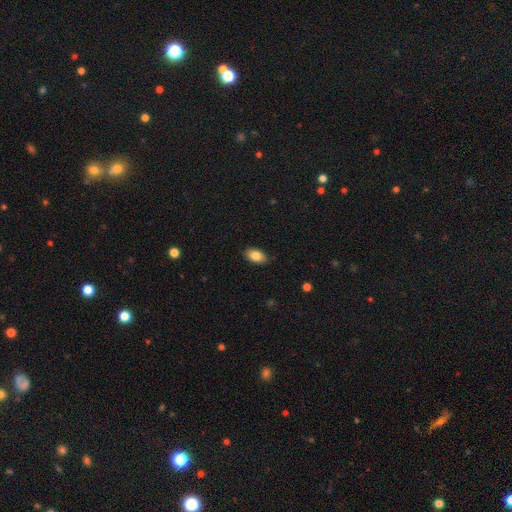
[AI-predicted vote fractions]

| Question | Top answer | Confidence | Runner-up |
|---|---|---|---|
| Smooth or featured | smooth | 83% | featured or disk (10%) |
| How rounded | in between | 92% | round (6%) |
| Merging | none | 88% | minor disturbance (9%) |